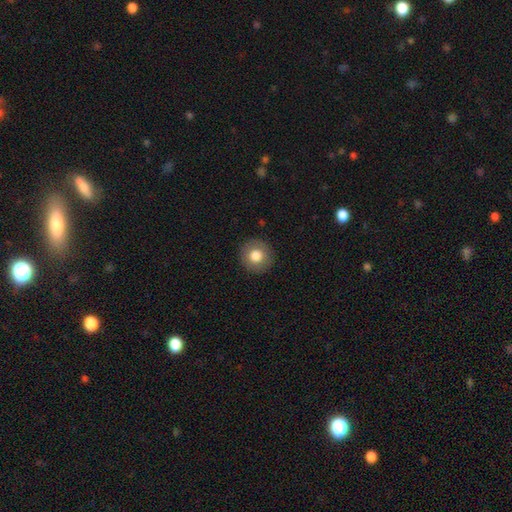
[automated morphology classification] smooth-or-featured: smooth: 78% | featured or disk: 13% | star or artifact: 8%
  how-rounded: round: 94% | in between: 5% | cigar-shaped: 1%
  merging: none: 91% | minor disturbance: 6% | major disturbance: 2% | merger: 1%